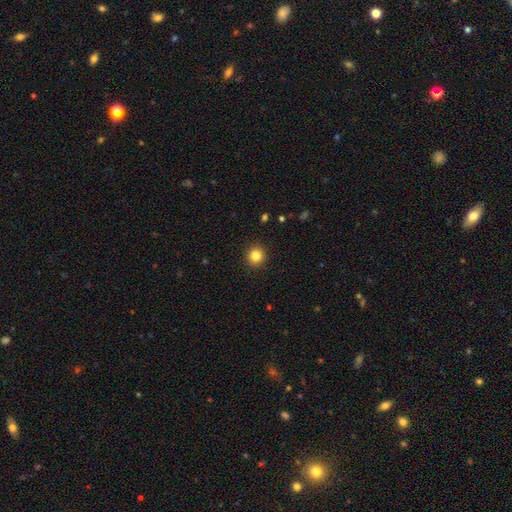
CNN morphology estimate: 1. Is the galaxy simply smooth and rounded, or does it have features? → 84% smooth, 11% star or artifact, 5% featured or disk.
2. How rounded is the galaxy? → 92% round, 7% in between, 1% cigar-shaped.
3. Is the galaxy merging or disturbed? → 92% none, 5% minor disturbance, 2% major disturbance, 1% merger.